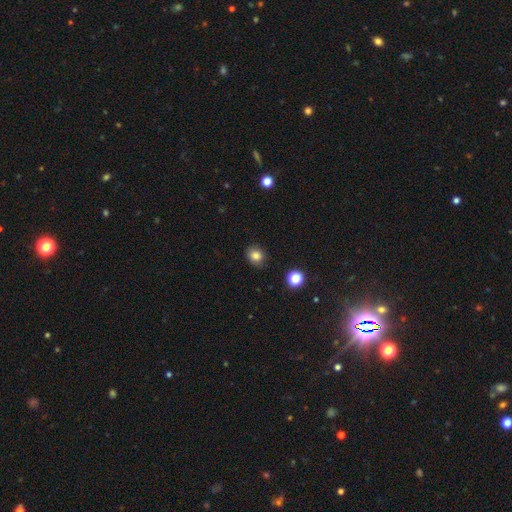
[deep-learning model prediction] The model was most divided on "how rounded": round: 65%, in between: 34%, cigar-shaped: 1%. More confident: merging — none (85%); smooth or featured — smooth (82%).